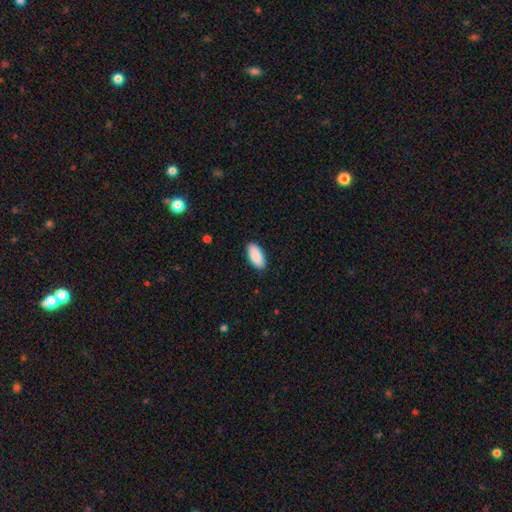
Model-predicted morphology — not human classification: This appears to be a smooth galaxy with no disk features (90%) that is in between round and cigar-shaped (90%). Merging: none (89%).